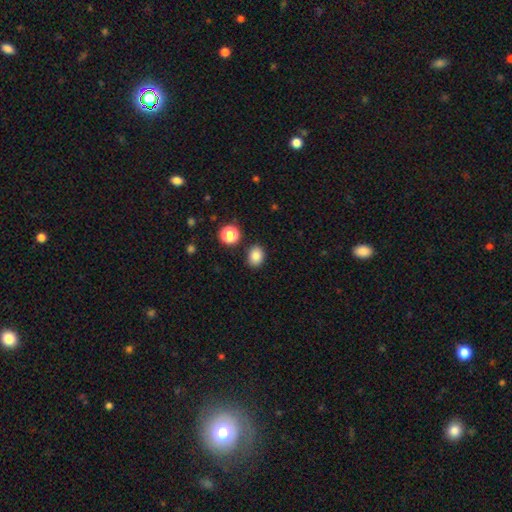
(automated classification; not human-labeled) This is clearly a smooth galaxy (84%). How rounded: possibly in between (51%). Merging: clearly none (85%).